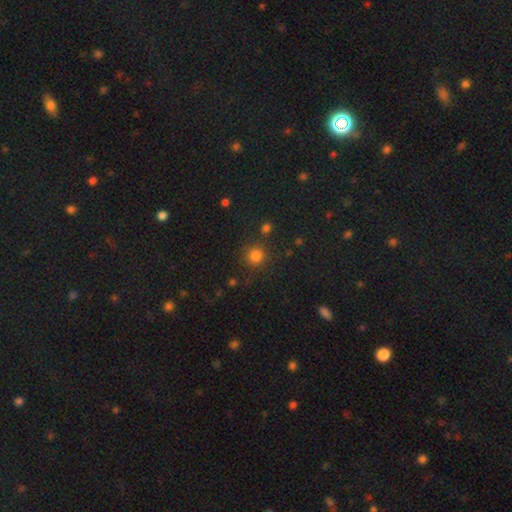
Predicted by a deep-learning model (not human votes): smooth 80%, star or artifact 15%, featured or disk 5%. Down the decision tree: how rounded — round (92%); merging — none (83%).